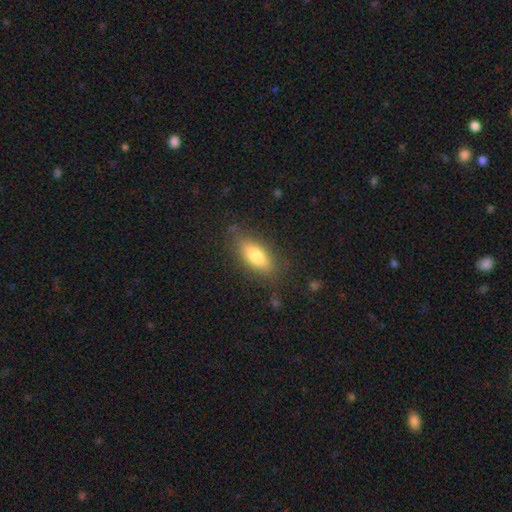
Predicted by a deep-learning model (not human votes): The model was most divided on "how rounded": in between: 77%, cigar-shaped: 21%, round: 3%. More confident: merging — none (81%); smooth or featured — smooth (76%).